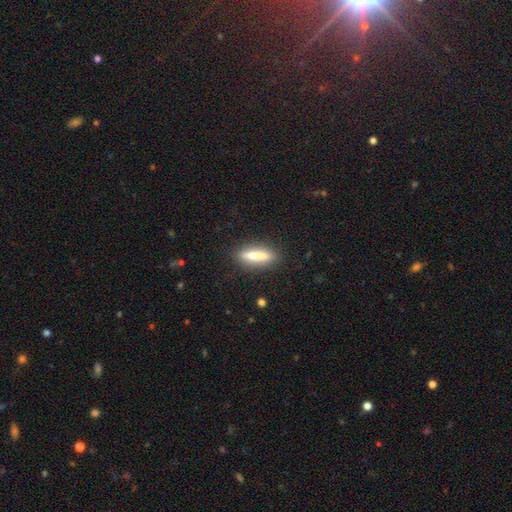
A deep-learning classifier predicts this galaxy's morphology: Smooth or featured: smooth — 65% (featured or disk — 28%)
How rounded: cigar-shaped — 72% (in between — 26%)
Merging: none — 86% (minor disturbance — 10%)